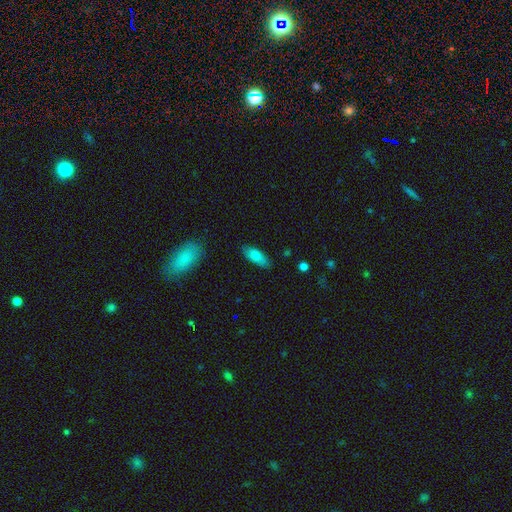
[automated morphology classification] This appears to be a smooth galaxy with no disk features (78%) that is in between round and cigar-shaped (71%). Merging: none (82%).